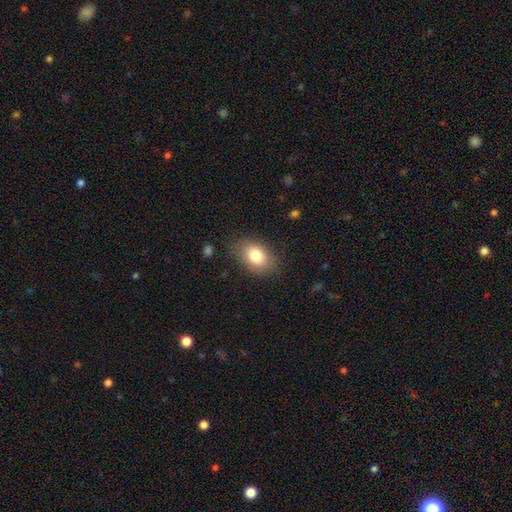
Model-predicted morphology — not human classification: A smooth galaxy with no disk features (82%) that is in between round and cigar-shaped (80%).

Vote fractions:
- Smooth or featured? smooth: 82% / featured or disk: 10% / star or artifact: 8%
- How rounded? in between: 80% / round: 19% / cigar-shaped: 1%
- Merging? none: 80% / minor disturbance: 15% / major disturbance: 4% / merger: 1%